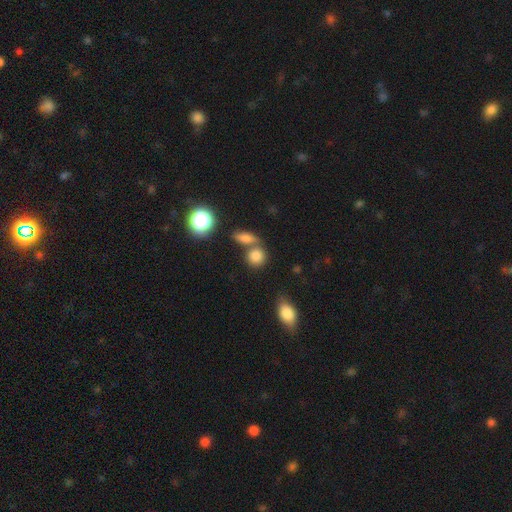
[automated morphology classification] This is clearly a smooth galaxy (81%). How rounded: likely round (73%). Merging: possibly none (54%).